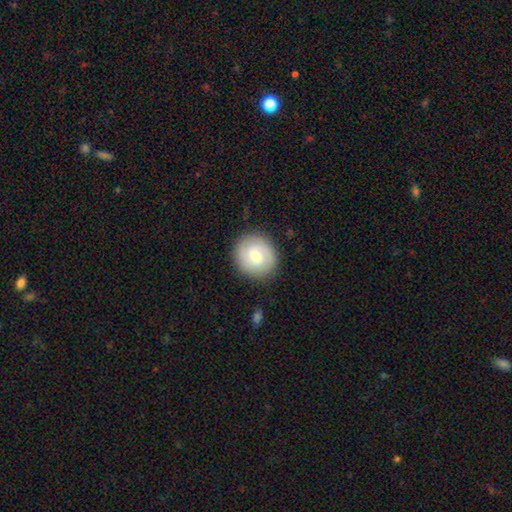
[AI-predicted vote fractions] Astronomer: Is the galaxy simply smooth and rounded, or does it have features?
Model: smooth — 63%.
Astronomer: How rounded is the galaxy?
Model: round — 87%.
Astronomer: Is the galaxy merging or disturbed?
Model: none — 87%.